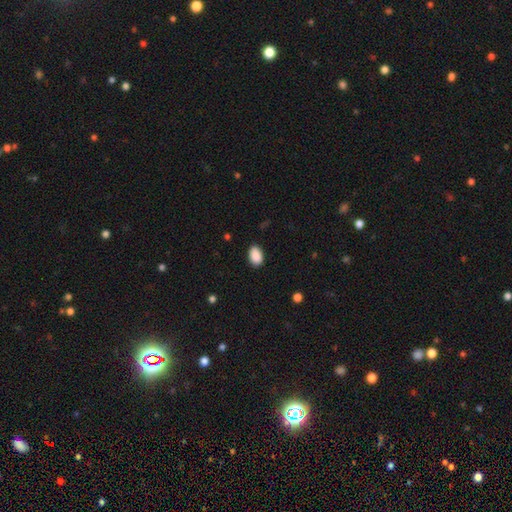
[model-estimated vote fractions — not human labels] This appears to be a smooth galaxy with no disk features (90%) that is in between round and cigar-shaped (88%). Merging: none (87%).